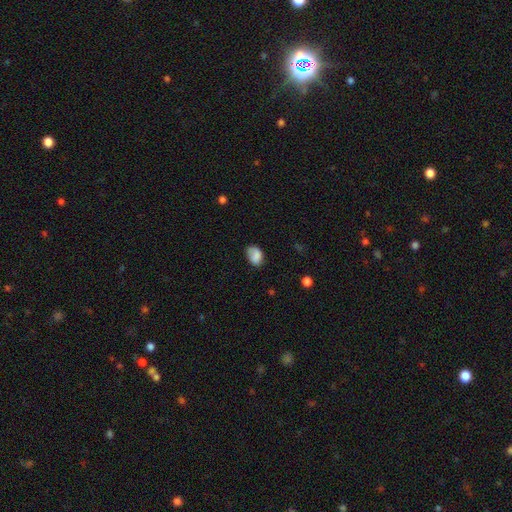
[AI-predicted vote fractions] The model was most divided on "merging": none: 56%, minor disturbance: 30%, major disturbance: 11%, merger: 3%. More confident: smooth or featured — smooth (80%); how rounded — in between (75%).